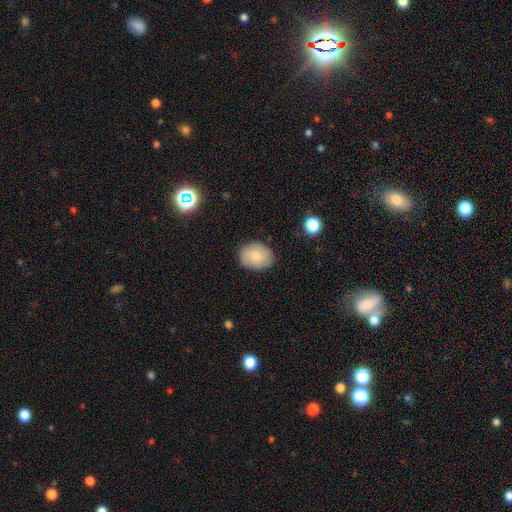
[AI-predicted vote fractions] Overall: smooth (80%). How rounded: in between (60%; round 39%). Merging: none (83%).